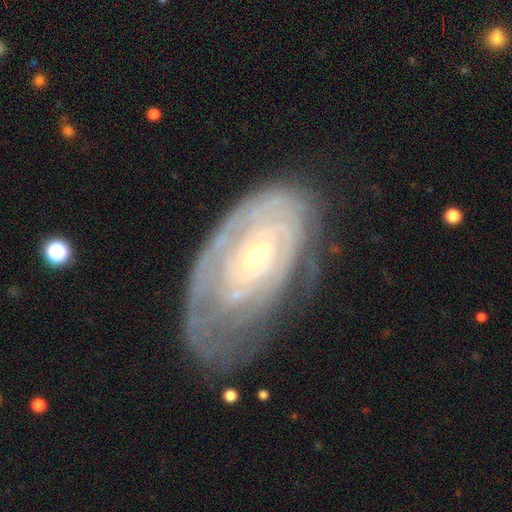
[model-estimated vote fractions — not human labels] Overall: featured or disk (83%). Edge-on disk: no (94%). Bar: no (68%). Spiral arms: yes (89%). Spiral arm count: can't tell (54%; 2 15%). Spiral winding: tight (81%). Bulge size: small (78%). Merging: none (56%; minor disturbance 26%).